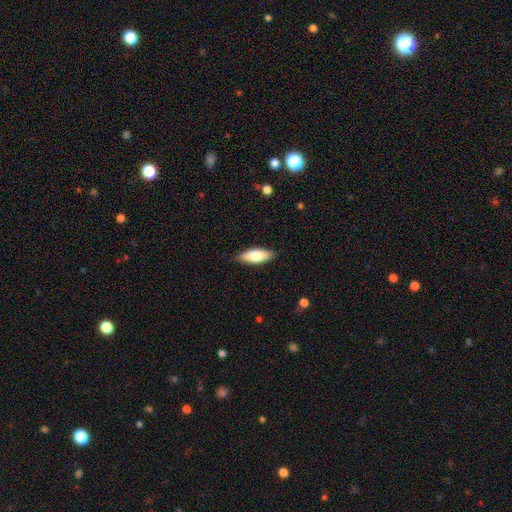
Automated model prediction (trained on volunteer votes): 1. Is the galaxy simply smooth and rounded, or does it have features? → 75% smooth, 19% featured or disk, 6% star or artifact.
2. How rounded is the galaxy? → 76% in between, 22% cigar-shaped, 2% round.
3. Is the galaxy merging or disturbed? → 84% none, 13% minor disturbance, 2% major disturbance, 1% merger.